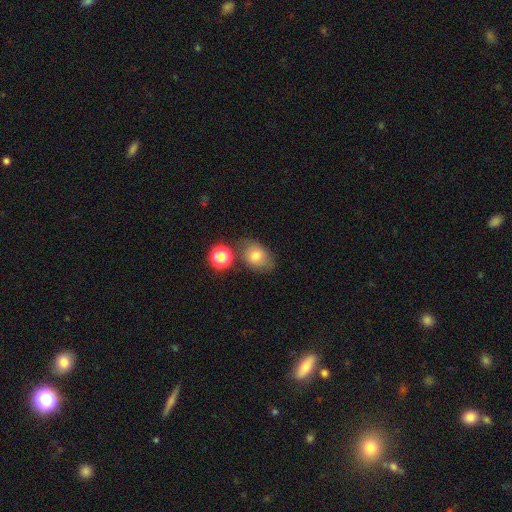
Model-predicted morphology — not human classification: The model was most divided on "how rounded": in between: 69%, round: 29%, cigar-shaped: 1%. More confident: smooth or featured — smooth (74%); merging — none (63%).